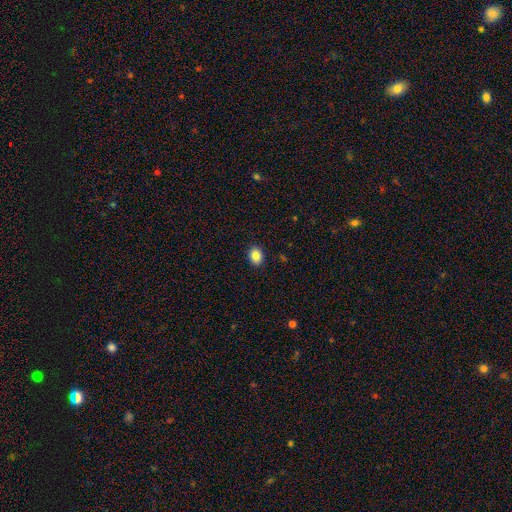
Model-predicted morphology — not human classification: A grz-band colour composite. It shows a smooth galaxy with no disk features (85%) that is in between round and cigar-shaped (59%). Merging: none (90%).